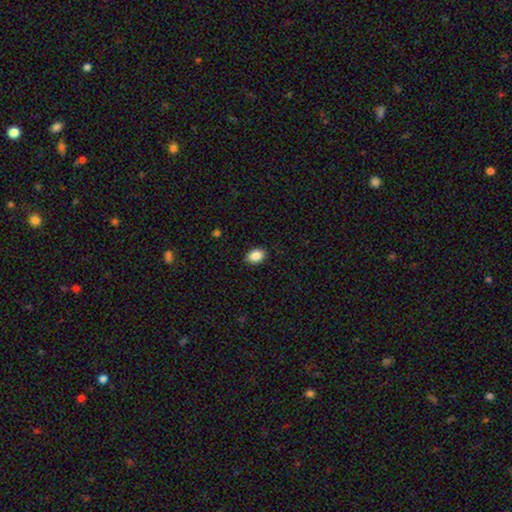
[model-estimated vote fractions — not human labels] Morphology: type=smooth (88%); roundness=in between (81%); merging=none (88%).